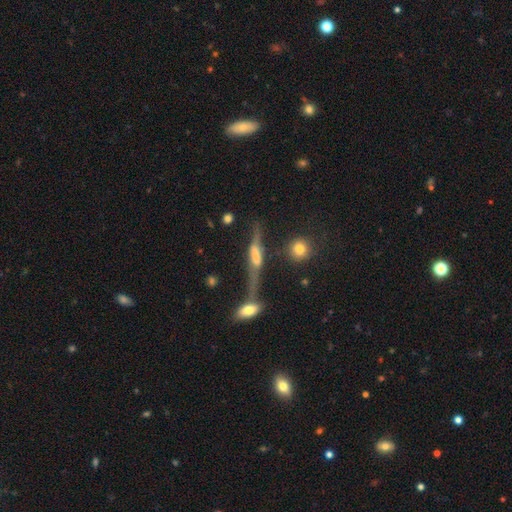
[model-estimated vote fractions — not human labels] Smooth or featured: featured or disk — 67% (smooth — 17%)
Edge-on disk: yes — 93% (no — 7%)
Edge-on bulge: rounded — 83% (boxy — 9%)
Merging: none — 69% (merger — 13%)